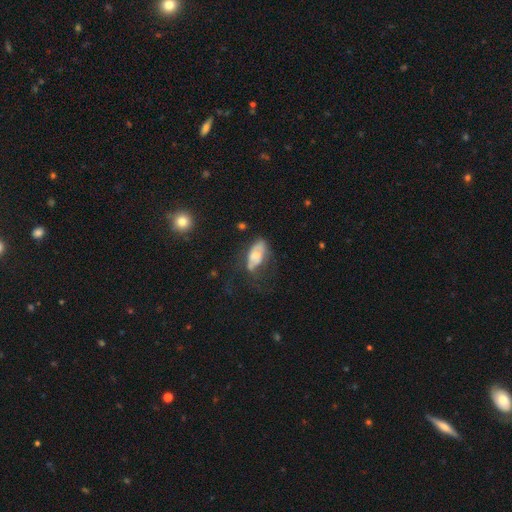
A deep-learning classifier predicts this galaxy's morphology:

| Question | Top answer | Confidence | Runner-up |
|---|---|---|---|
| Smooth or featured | smooth | 51% | featured or disk (40%) |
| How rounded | in between | 89% | cigar-shaped (8%) |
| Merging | none | 40% | minor disturbance (29%) |